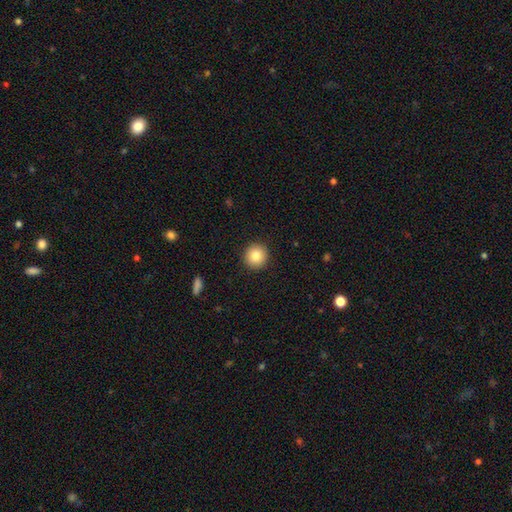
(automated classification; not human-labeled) The model was most divided on "smooth or featured": smooth: 84%, star or artifact: 9%, featured or disk: 7%. More confident: how rounded — round (95%); merging — none (92%).